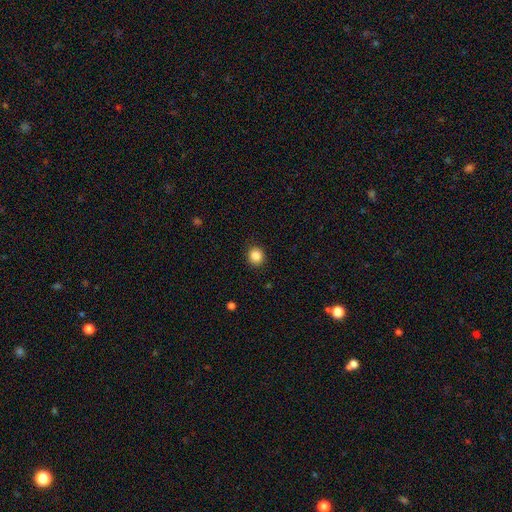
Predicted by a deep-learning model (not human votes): Smooth or featured: smooth — 86% (star or artifact — 10%)
How rounded: round — 88% (in between — 11%)
Merging: none — 90% (minor disturbance — 6%)